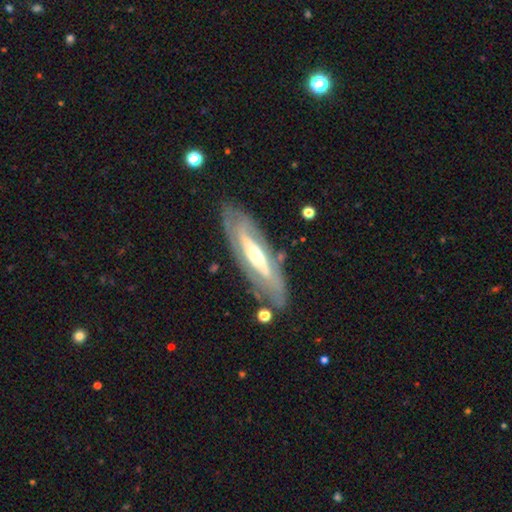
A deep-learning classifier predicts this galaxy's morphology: smooth-or-featured: featured or disk: 76% | smooth: 19% | star or artifact: 5%
  disk-edge-on: no: 69% | yes: 31%
    bar: no: 44% | strong: 34% | weak: 22%
    has-spiral-arms: yes: 50% (tied) | no: 50% (tied)
    bulge-size: moderate: 66% | small: 19% | large: 12% | dominant: 2% | none: 1%
  merging: none: 76% | minor disturbance: 15% | major disturbance: 6% | merger: 2%